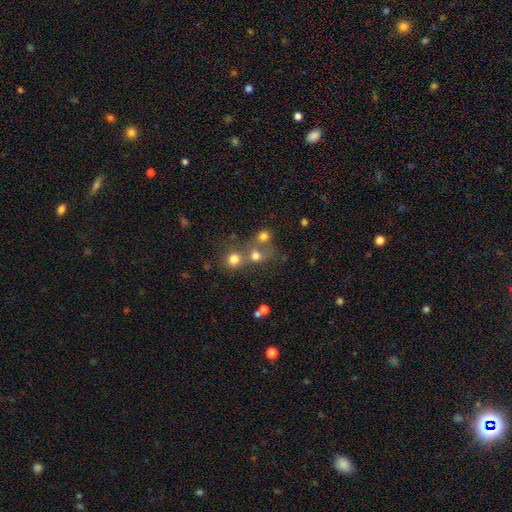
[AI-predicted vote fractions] Morphology: type=smooth (70%); roundness=round (81%); merging=none (45%).